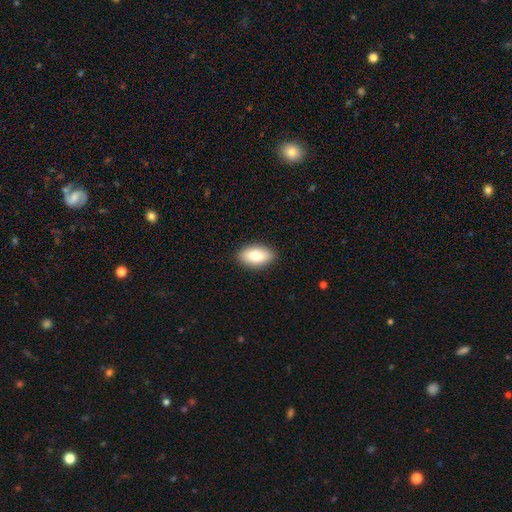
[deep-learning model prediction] Overall: smooth (80%). How rounded: in between (93%). Merging: none (90%).